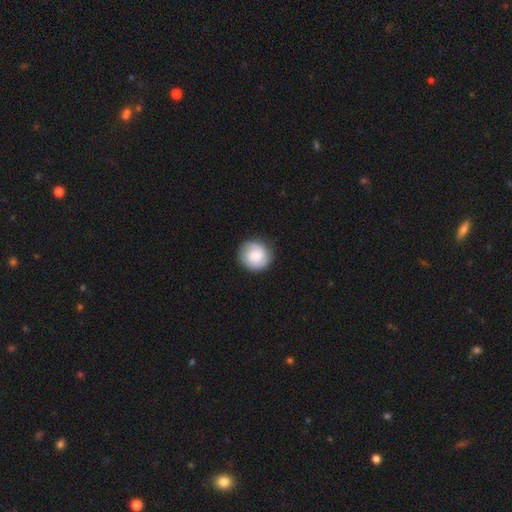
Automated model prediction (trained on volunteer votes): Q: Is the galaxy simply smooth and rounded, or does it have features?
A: smooth — 66%.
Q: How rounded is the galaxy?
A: round — 92%.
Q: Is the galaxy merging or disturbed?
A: none — 87%.